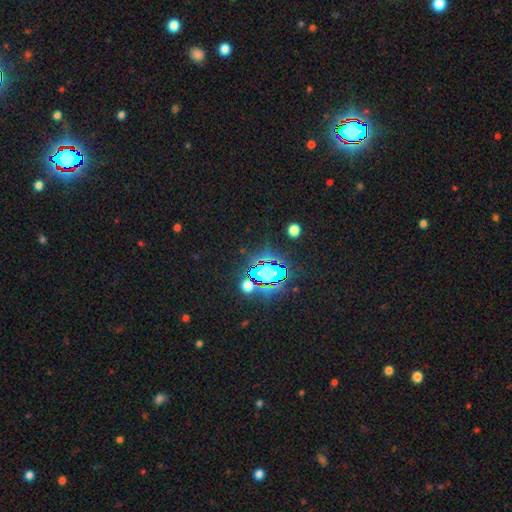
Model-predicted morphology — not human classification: This appears to be a star or artifact, not a galaxy (85%).